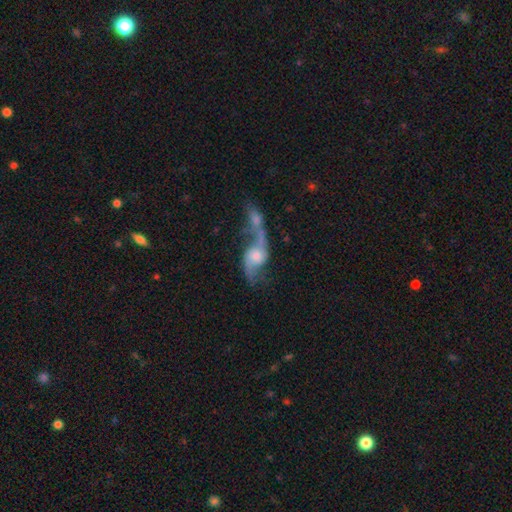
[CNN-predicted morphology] smooth_or_featured: featured or disk (p=0.79) [alt: smooth p=0.13]
disk_edge_on: no (p=0.92) [alt: yes p=0.08]
bar: no (p=0.60) [alt: weak p=0.32]
has_spiral_arms: yes (p=0.90) [alt: no p=0.10]
spiral_winding: loose (p=0.82) [alt: medium p=0.14]
spiral_arm_count: 2 (p=0.86) [alt: 1 p=0.07]
bulge_size: moderate (p=0.43) [alt: small p=0.29]
merging: merger (p=0.56) [alt: none p=0.23]